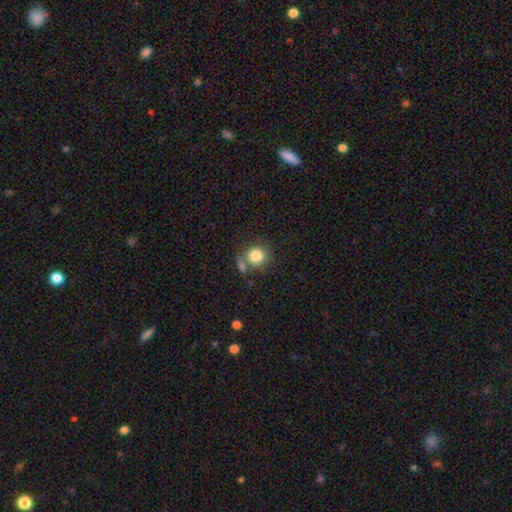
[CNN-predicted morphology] Q: Smooth or featured?
A: smooth (83%); runner-up: star or artifact (9%)
Q: How rounded?
A: round (89%); runner-up: in between (10%)
Q: Merging?
A: none (59%); runner-up: merger (24%)